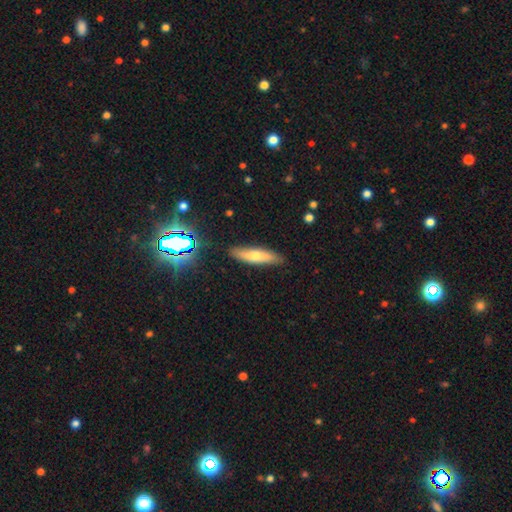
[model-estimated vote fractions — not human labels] Smooth or featured: smooth — 62% (featured or disk — 30%)
How rounded: cigar-shaped — 70% (in between — 28%)
Merging: none — 86% (minor disturbance — 10%)